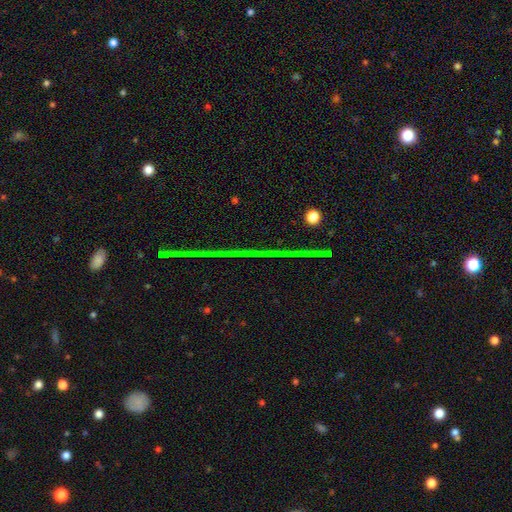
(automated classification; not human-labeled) smooth_or_featured: star or artifact (p=0.73) [alt: featured or disk p=0.17]